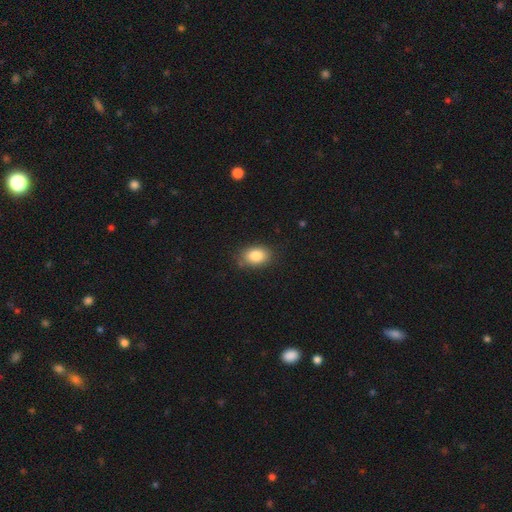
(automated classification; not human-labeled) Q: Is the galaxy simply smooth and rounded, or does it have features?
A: smooth — 85%.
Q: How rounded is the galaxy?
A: in between — 81%.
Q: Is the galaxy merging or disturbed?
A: none — 80%.